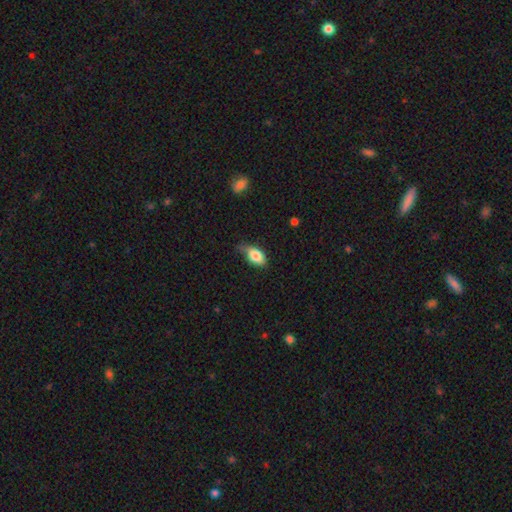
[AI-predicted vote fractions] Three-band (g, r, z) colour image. It shows a smooth galaxy with no disk features (82%) that is in between round and cigar-shaped (90%). Merging: none (54%).